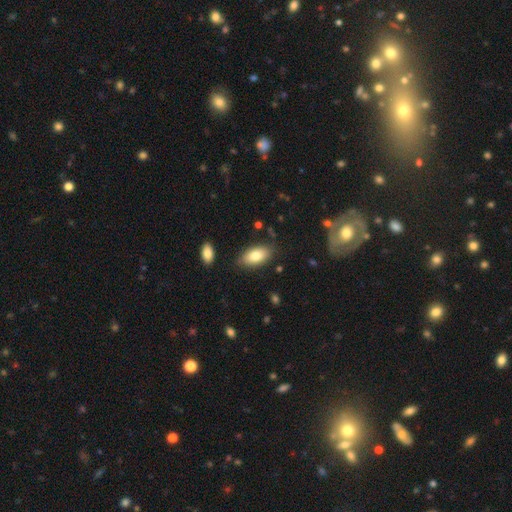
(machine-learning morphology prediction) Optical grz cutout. It shows a smooth galaxy with no disk features (80%) that is in between round and cigar-shaped (93%). Merging: none (81%).